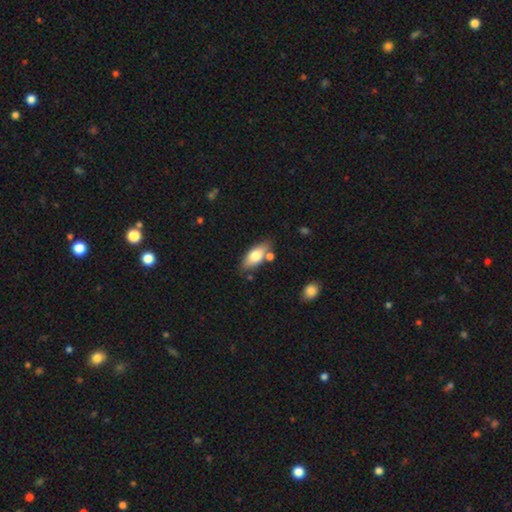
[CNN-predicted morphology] The model was most divided on "smooth or featured": smooth: 70%, featured or disk: 24%, star or artifact: 7%. More confident: how rounded — in between (82%); merging — none (75%).